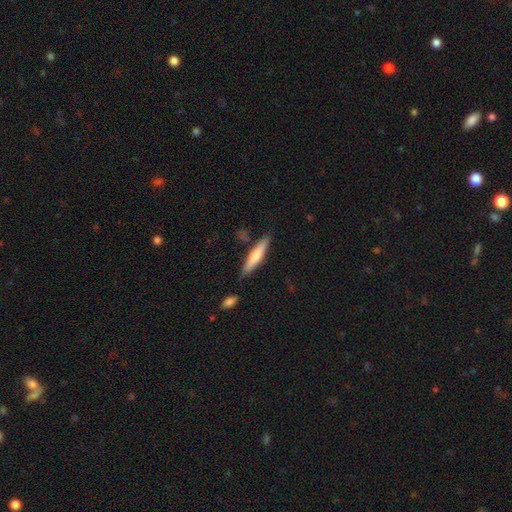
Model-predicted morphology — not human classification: Smooth or featured?
  - smooth: 62% *
  - featured or disk: 32%
  - star or artifact: 6%
How rounded?
  - cigar-shaped: 86% *
  - in between: 13%
  - round: 1%
Merging?
  - none: 81% *
  - minor disturbance: 12%
  - merger: 5%
  - major disturbance: 3%